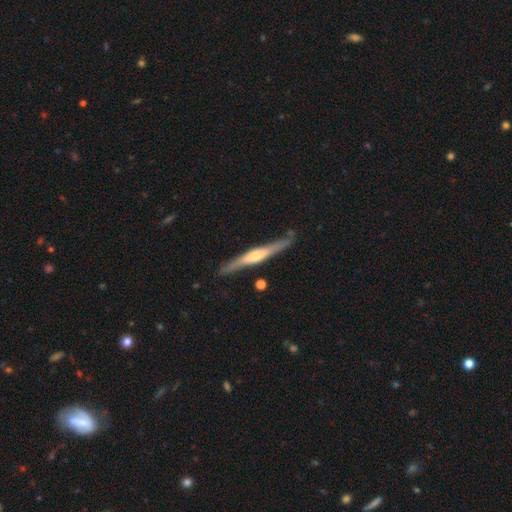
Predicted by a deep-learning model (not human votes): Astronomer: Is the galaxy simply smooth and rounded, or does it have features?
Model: featured or disk — 73%.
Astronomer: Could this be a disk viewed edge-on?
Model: yes — 95%.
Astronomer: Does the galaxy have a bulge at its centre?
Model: rounded — 80%.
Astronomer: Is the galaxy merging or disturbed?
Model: none — 82%.